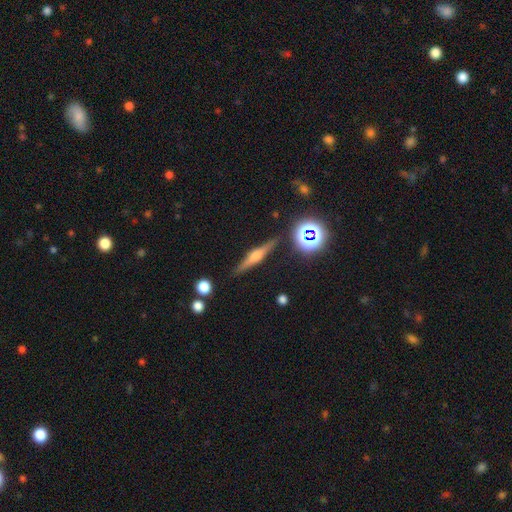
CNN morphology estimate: Smooth or featured: featured or disk — 63% (smooth — 26%)
Edge-on disk: yes — 97% (no — 3%)
Edge-on bulge: rounded — 84% (boxy — 10%)
Merging: none — 88% (minor disturbance — 8%)